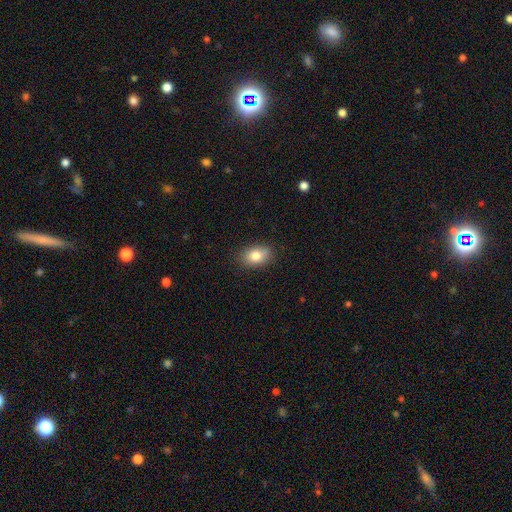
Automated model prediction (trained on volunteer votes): This is clearly a smooth galaxy (81%). How rounded: likely in between (80%). Merging: clearly none (83%).